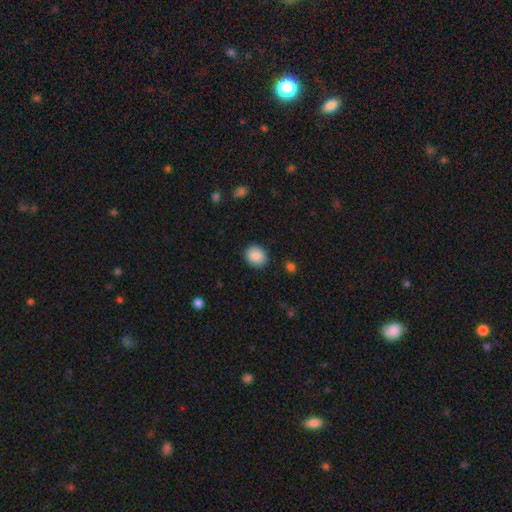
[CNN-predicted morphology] type=smooth (89%); roundness=round (66%); merging=none (87%).